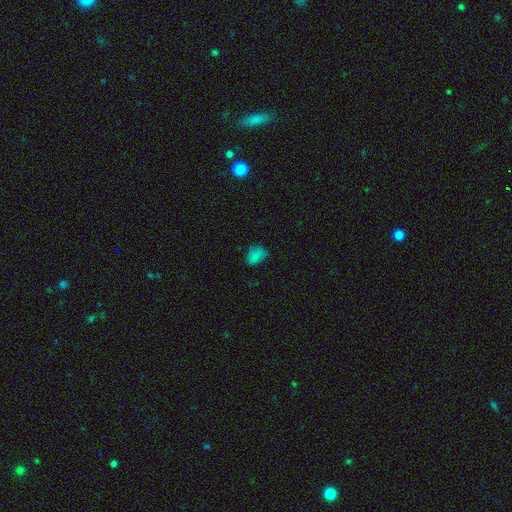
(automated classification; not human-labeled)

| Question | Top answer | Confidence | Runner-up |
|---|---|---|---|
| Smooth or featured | smooth | 77% | star or artifact (15%) |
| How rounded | in between | 81% | round (17%) |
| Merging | none | 67% | minor disturbance (24%) |